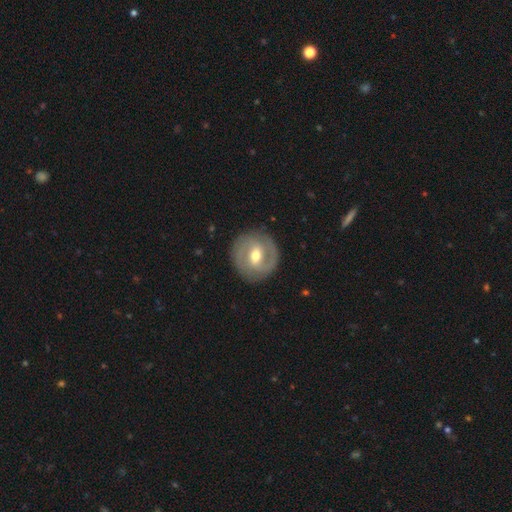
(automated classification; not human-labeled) This appears to be a featured or disk galaxy (74%) with a weak bar (50%), 2 (82%) tight (47%) spiral arms (79%) and a moderate central bulge (73%). Merging: none (87%).